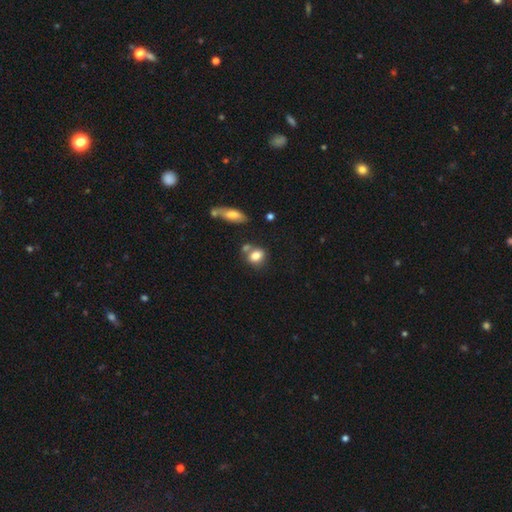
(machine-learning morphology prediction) A smooth galaxy with no disk features (80%) that is in between round and cigar-shaped (54%). Merging: none (53%).